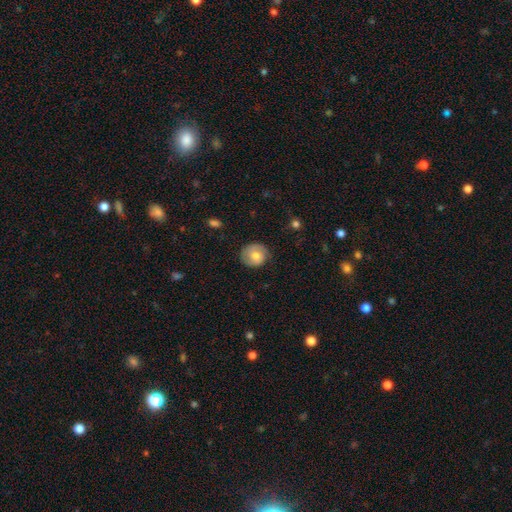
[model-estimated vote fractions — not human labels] smooth-or-featured: smooth: 52% | featured or disk: 41% | star or artifact: 7%
  how-rounded: round: 83% | in between: 16% | cigar-shaped: 1%
  merging: none: 77% | minor disturbance: 17% | major disturbance: 5% | merger: 1%